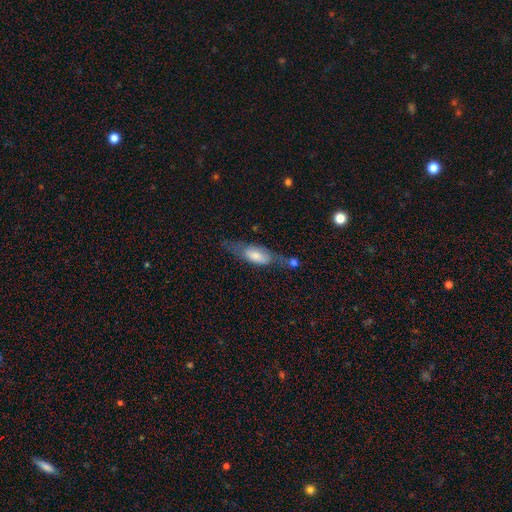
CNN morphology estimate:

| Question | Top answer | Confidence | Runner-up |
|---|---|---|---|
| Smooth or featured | smooth | 58% | featured or disk (35%) |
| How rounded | in between | 66% | cigar-shaped (31%) |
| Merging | none | 43% | minor disturbance (25%) |